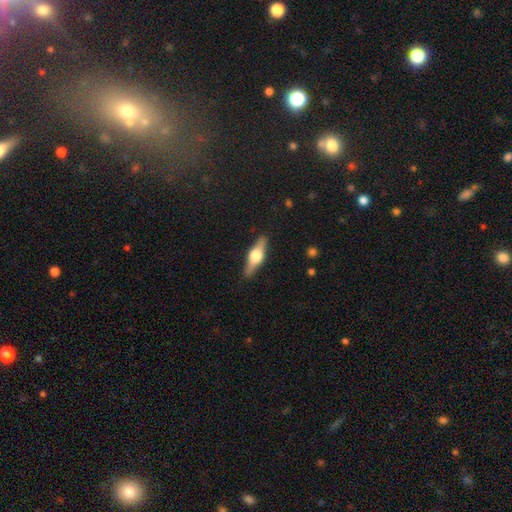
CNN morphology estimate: A featured or disk galaxy (66%) viewed edge-on (96%) with a rounded central bulge (94%). Merging: none (89%).